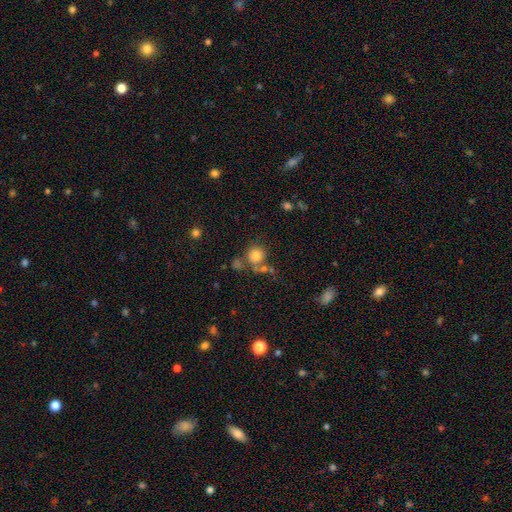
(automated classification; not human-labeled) smooth-or-featured: smooth: 80% | star or artifact: 12% | featured or disk: 8%
  how-rounded: round: 89% | in between: 10% | cigar-shaped: 1%
  merging: none: 64% | merger: 19% | minor disturbance: 11% | major disturbance: 6%